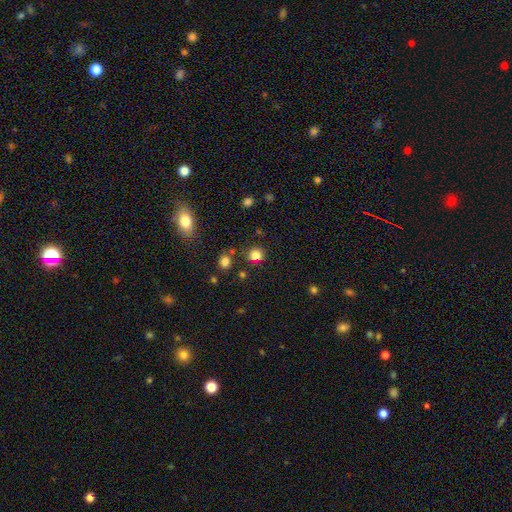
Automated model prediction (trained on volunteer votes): Morphology: type=smooth (81%); roundness=round (84%); merging=none (80%).